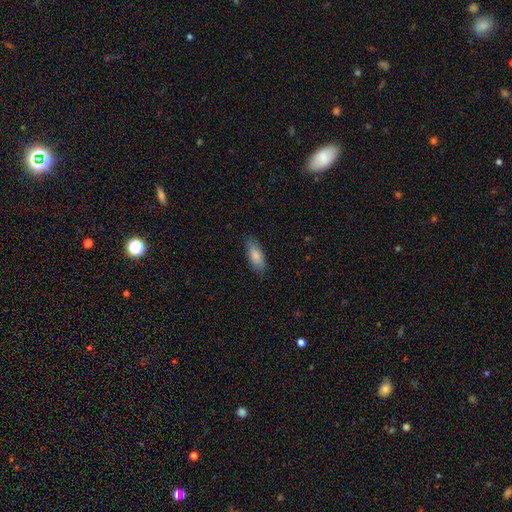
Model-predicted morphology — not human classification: This is clearly a smooth galaxy (82%). How rounded: likely in between (73%). Merging: clearly none (84%).